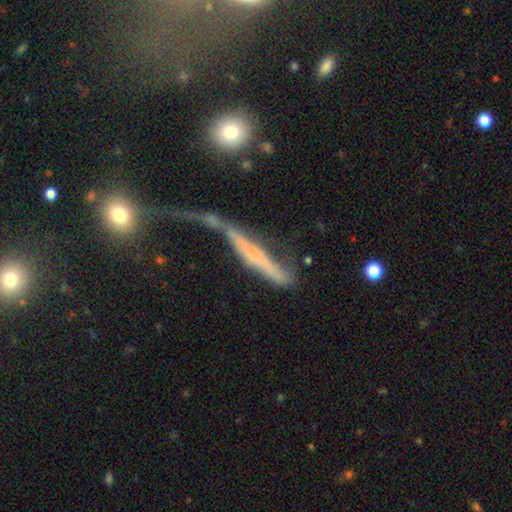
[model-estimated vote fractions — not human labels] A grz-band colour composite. It shows a featured or disk galaxy (52%) viewed edge-on (75%). Merging: none (31%).